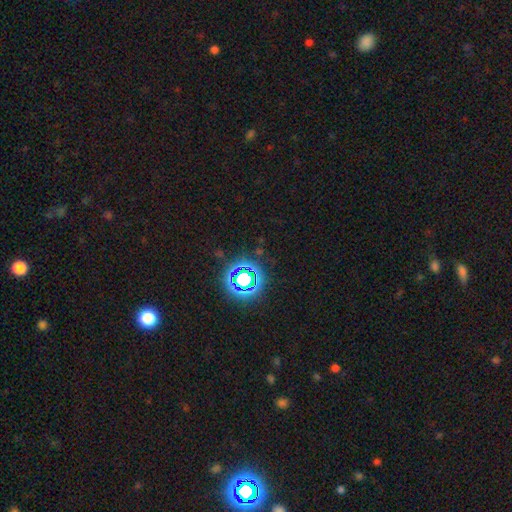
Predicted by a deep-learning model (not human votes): The model was most divided on "smooth or featured": star or artifact: 80%, smooth: 14%, featured or disk: 6%.